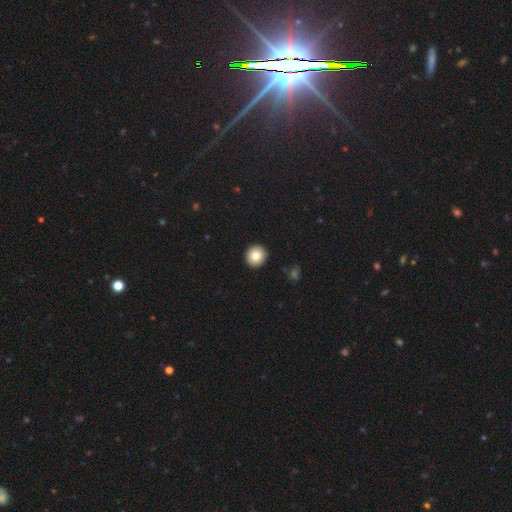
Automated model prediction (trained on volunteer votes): A smooth galaxy with no disk features (83%) that is round (93%). Merging: none (93%).